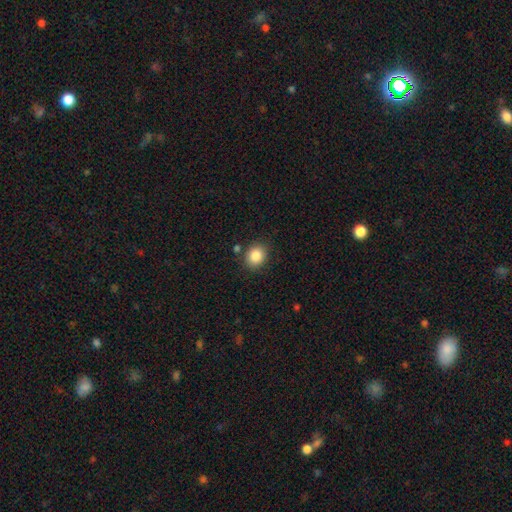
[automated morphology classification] This is clearly a smooth galaxy (86%). How rounded: likely round (62%). Merging: clearly none (83%).